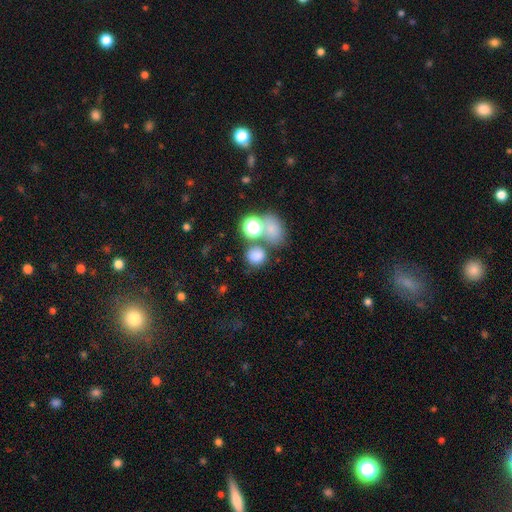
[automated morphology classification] smooth 77%, star or artifact 15%, featured or disk 7%. Down the decision tree: how rounded — round (76%); merging — none (56%).